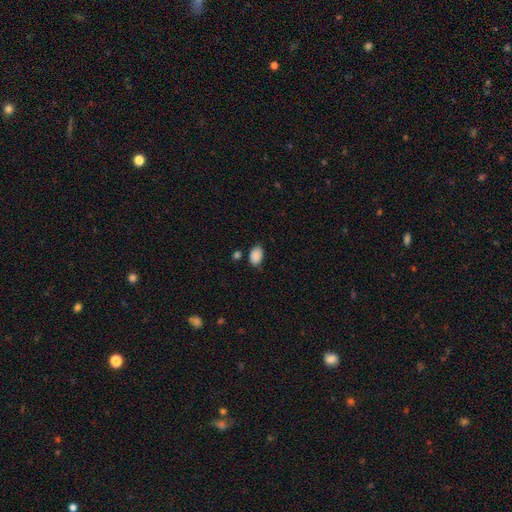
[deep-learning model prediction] A smooth galaxy with no disk features (89%) that is in between round and cigar-shaped (87%).

Vote fractions:
- Smooth or featured? smooth: 89% / star or artifact: 8% / featured or disk: 3%
- How rounded? in between: 87% / round: 12% / cigar-shaped: 1%
- Merging? none: 77% / minor disturbance: 15% / merger: 4% / major disturbance: 3%